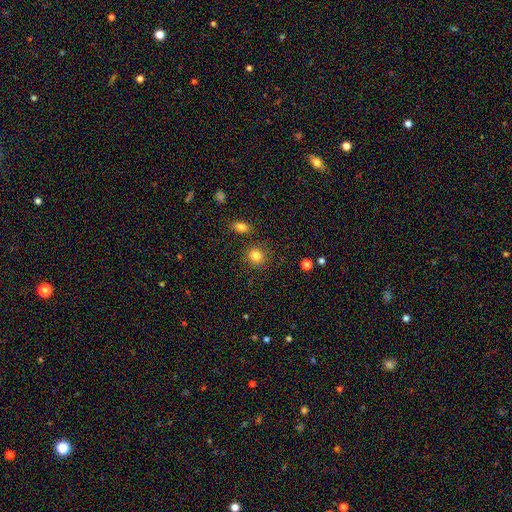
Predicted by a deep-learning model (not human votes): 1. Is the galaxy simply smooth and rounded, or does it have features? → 83% smooth, 11% star or artifact, 6% featured or disk.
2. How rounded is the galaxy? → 86% round, 13% in between, 1% cigar-shaped.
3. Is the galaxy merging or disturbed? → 85% none, 8% minor disturbance, 4% merger, 3% major disturbance.